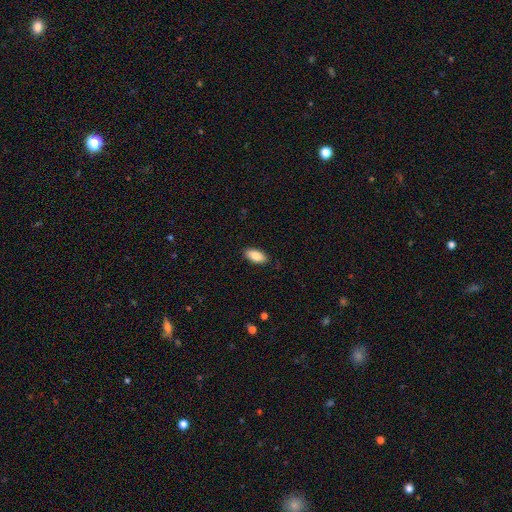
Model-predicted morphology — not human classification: A smooth galaxy with no disk features (83%) that is in between round and cigar-shaped (90%). Merging: none (88%).